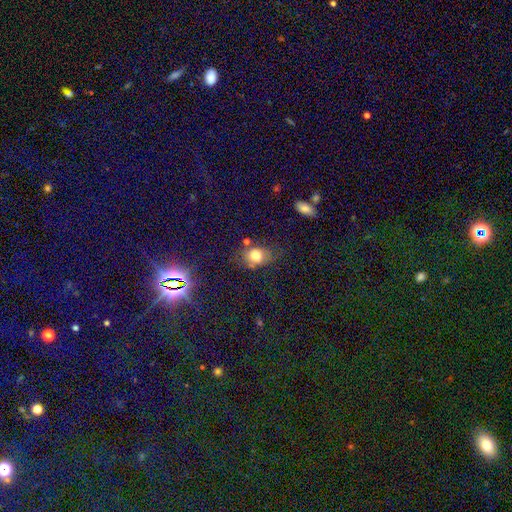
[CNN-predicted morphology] The model was most divided on "how rounded": in between: 58%, round: 40%, cigar-shaped: 2%. More confident: smooth or featured — smooth (75%); merging — none (60%).